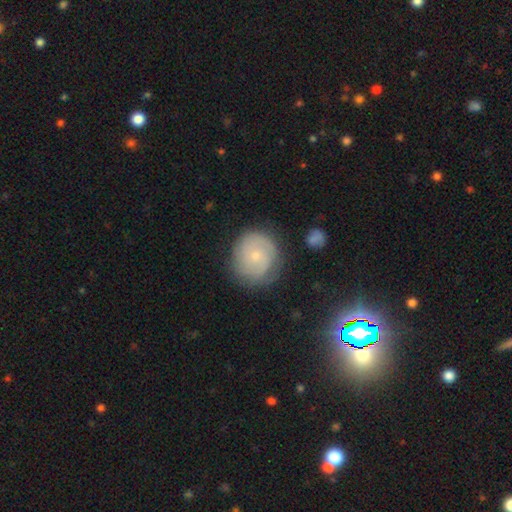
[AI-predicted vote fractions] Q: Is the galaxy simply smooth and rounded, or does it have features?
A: featured or disk — 57%.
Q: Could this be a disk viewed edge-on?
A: no — 97%.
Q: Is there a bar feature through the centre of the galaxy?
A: no — 79%.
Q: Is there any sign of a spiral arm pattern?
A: yes — 84%.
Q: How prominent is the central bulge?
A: small — 72%.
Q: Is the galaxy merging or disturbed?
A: none — 75%.